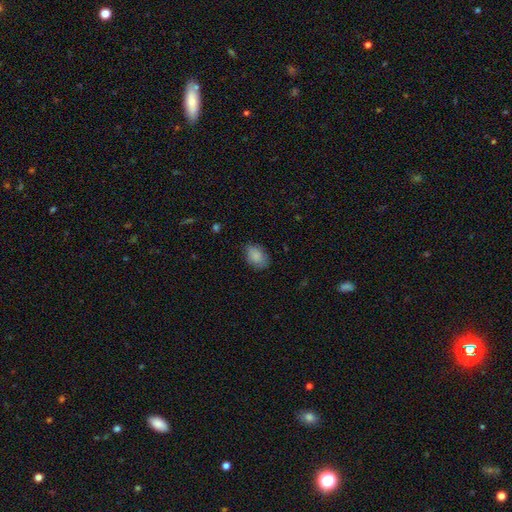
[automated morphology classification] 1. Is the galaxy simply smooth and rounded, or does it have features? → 87% smooth, 8% star or artifact, 6% featured or disk.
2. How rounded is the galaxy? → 82% in between, 17% round, 1% cigar-shaped.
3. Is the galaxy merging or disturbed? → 75% none, 20% minor disturbance, 4% major disturbance, 1% merger.